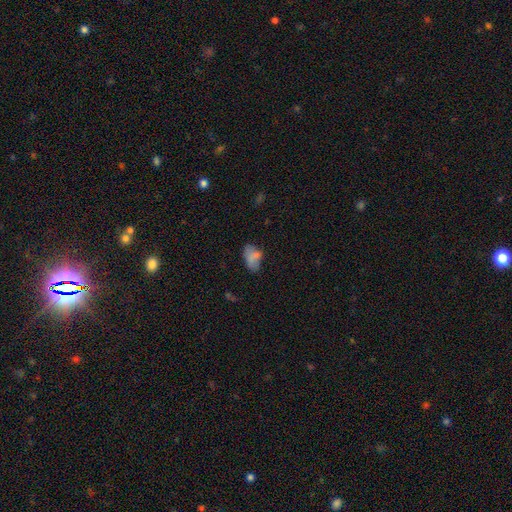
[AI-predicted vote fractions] Smooth or featured: smooth — 66% (star or artifact — 18%)
How rounded: in between — 88% (round — 9%)
Merging: none — 55% (minor disturbance — 27%)